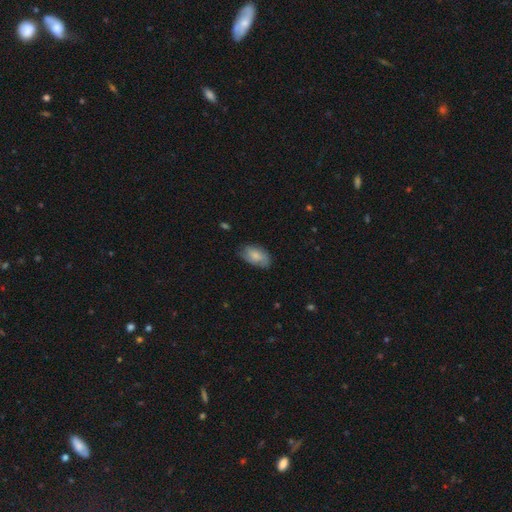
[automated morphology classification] smooth_or_featured: smooth (p=0.73) [alt: featured or disk p=0.21]
how_rounded: in between (p=0.92) [alt: round p=0.06]
merging: none (p=0.65) [alt: minor disturbance p=0.28]